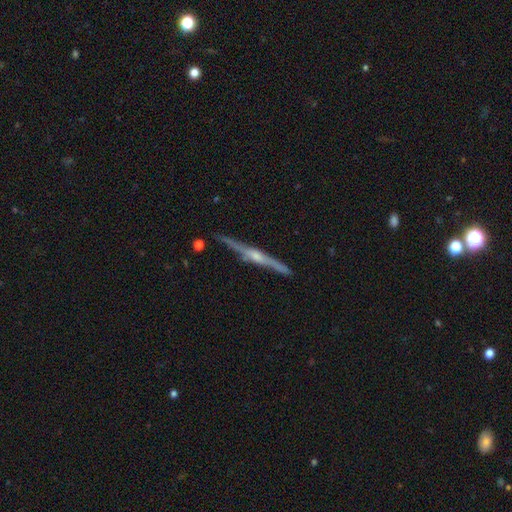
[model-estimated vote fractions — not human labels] Smooth or featured?
  - featured or disk: 83% *
  - smooth: 11%
  - star or artifact: 5%
Edge-on disk?
  - yes: 98% *
  - no: 2%
Edge-on bulge?
  - rounded: 79% *
  - boxy: 12%
  - none: 10%
Merging?
  - none: 86% *
  - minor disturbance: 10%
  - major disturbance: 2%
  - merger: 2%